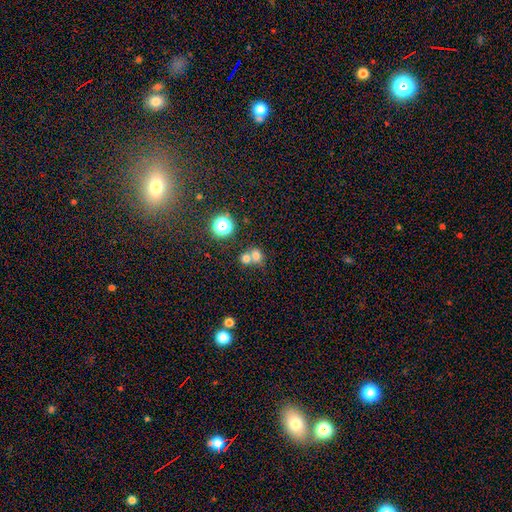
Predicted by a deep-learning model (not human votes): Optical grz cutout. It shows a smooth galaxy with no disk features (70%) that is round (69%). Merging: merger (55%).